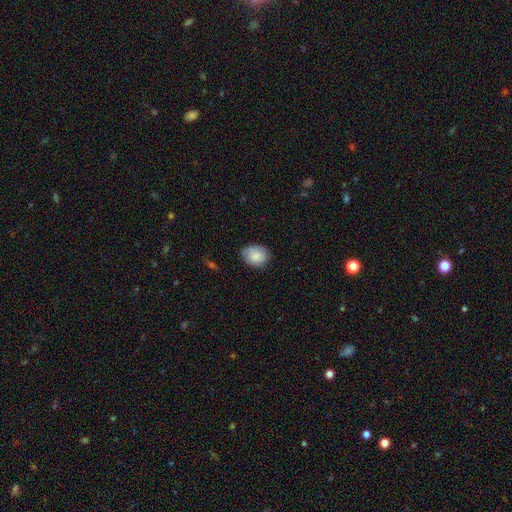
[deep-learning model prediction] smooth-or-featured: smooth: 83% | featured or disk: 9% | star or artifact: 7%
  how-rounded: in between: 60% | round: 39% | cigar-shaped: 1%
  merging: none: 73% | minor disturbance: 22% | major disturbance: 4% | merger: 1%